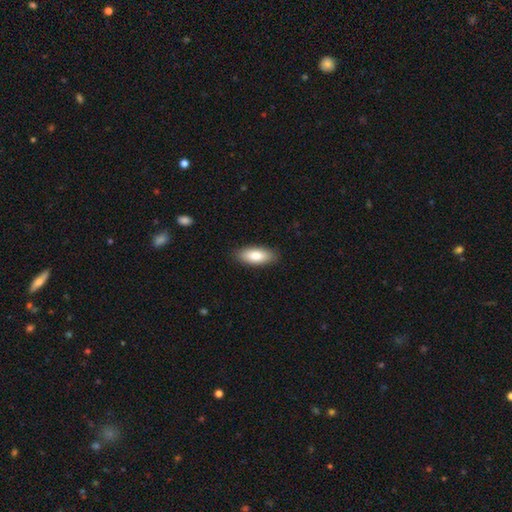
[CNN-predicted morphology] type=smooth (83%); roundness=in between (82%); merging=none (88%).